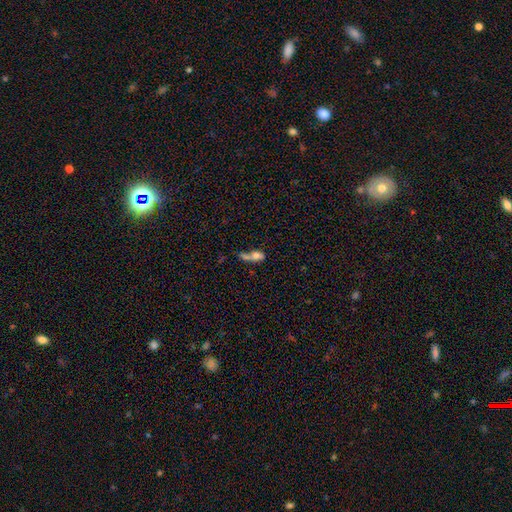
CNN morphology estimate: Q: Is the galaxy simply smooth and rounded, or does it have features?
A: smooth — 61%.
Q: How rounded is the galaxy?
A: in between — 69%.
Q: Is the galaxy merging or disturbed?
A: merger — 45%.